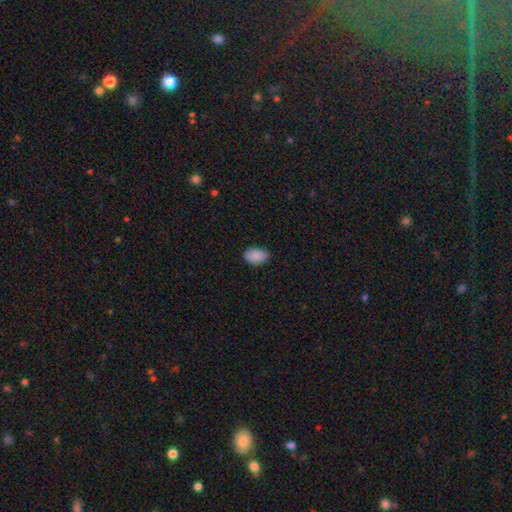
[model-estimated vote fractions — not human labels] Morphology: type=smooth (89%); roundness=in between (90%); merging=none (80%).